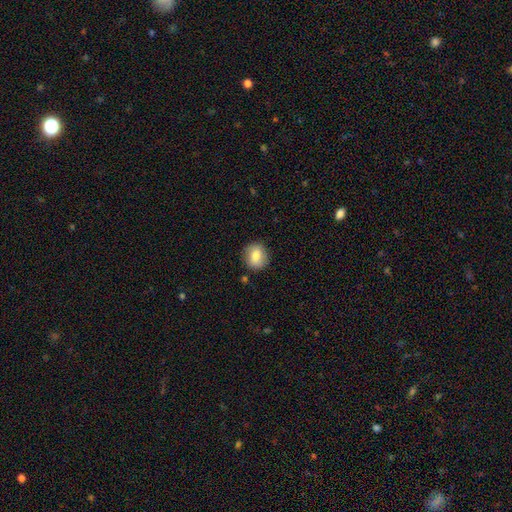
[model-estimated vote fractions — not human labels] Smooth or featured: smooth — 76% (featured or disk — 16%)
How rounded: round — 82% (in between — 17%)
Merging: none — 85% (minor disturbance — 10%)